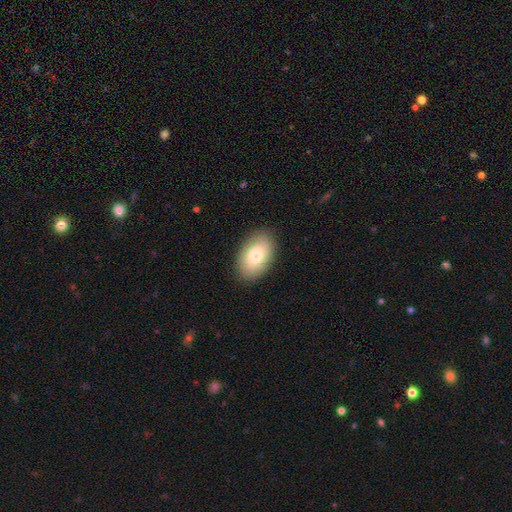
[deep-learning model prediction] Smooth or featured?
  - smooth: 79% *
  - featured or disk: 14%
  - star or artifact: 7%
How rounded?
  - in between: 91% *
  - round: 8%
  - cigar-shaped: 1%
Merging?
  - none: 87% *
  - minor disturbance: 10%
  - major disturbance: 3%
  - merger: 1%